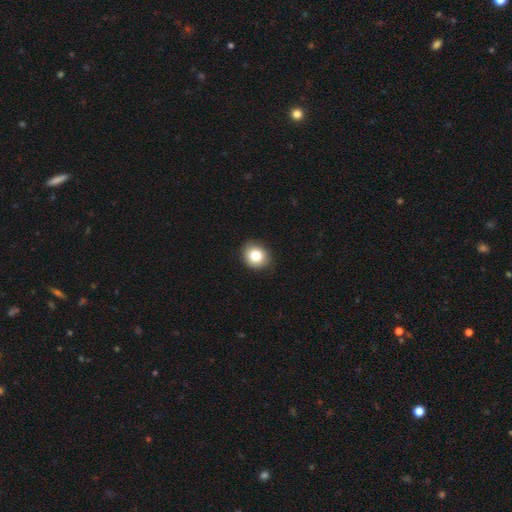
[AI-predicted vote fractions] Q: Smooth or featured?
A: smooth (82%); runner-up: star or artifact (9%)
Q: How rounded?
A: round (70%); runner-up: in between (29%)
Q: Merging?
A: none (87%); runner-up: minor disturbance (10%)